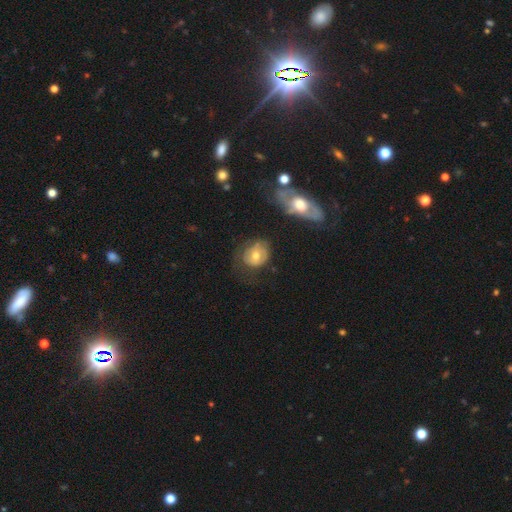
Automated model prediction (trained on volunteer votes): smooth_or_featured: smooth (p=0.49) [alt: featured or disk p=0.43]
merging: none (p=0.45) [alt: minor disturbance p=0.28]